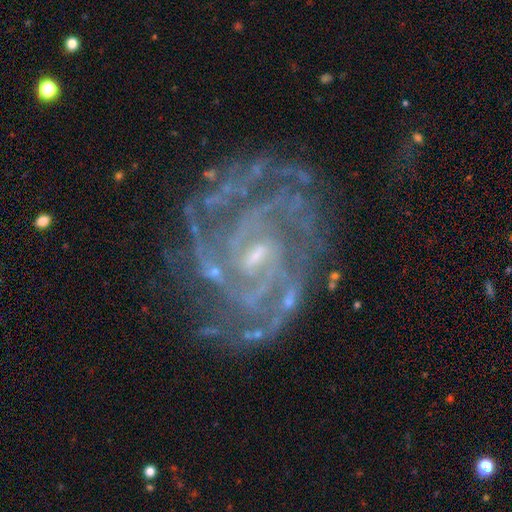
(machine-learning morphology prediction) This is clearly a featured or disk galaxy (90%). It is clearly not viewed edge-on (98%). Bar: marginally weak (41%, tied with no). Spiral arm pattern: clearly yes (98%). Spiral arm count: marginally 2 (25%). Spiral winding: likely tight (70%). Central bulge: likely small (77%). Merging: likely none (78%).